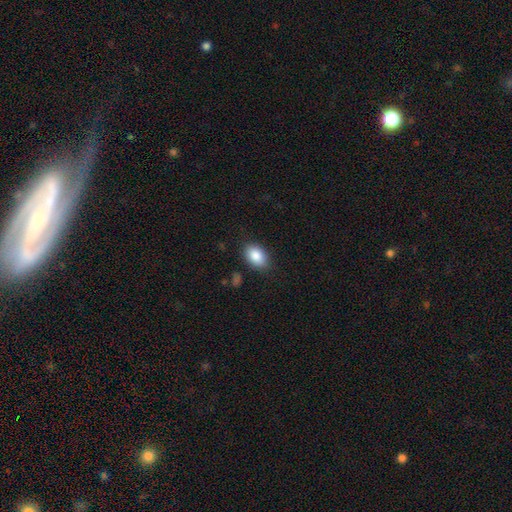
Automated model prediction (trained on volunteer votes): smooth 87%, star or artifact 7%, featured or disk 6%. Down the decision tree: how rounded — in between (84%); merging — none (82%).